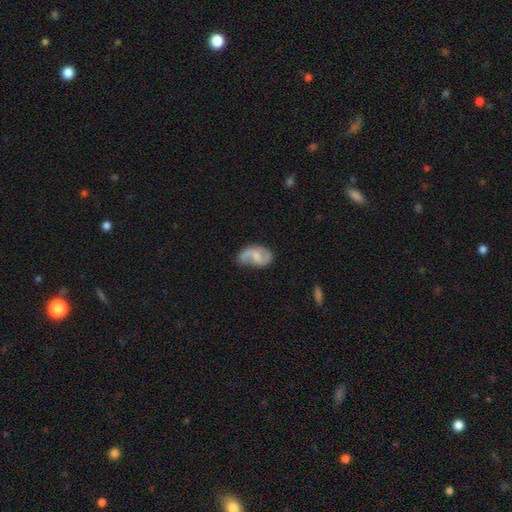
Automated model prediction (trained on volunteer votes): The model was most divided on "bar": no: 46%, weak: 45%, strong: 9%. Remaining: edge-on disk — no (97%); spiral arms — yes (85%); smooth or featured — featured or disk (60%); merging — none (47%); bulge size — small (37%).